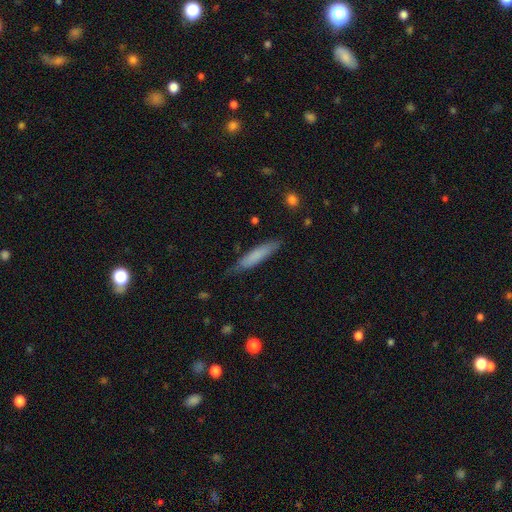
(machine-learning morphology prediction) Smooth or featured?
  - smooth: 76% *
  - featured or disk: 19%
  - star or artifact: 6%
How rounded?
  - cigar-shaped: 85% *
  - in between: 14%
  - round: 1%
Merging?
  - none: 75% *
  - minor disturbance: 20%
  - major disturbance: 3%
  - merger: 1%